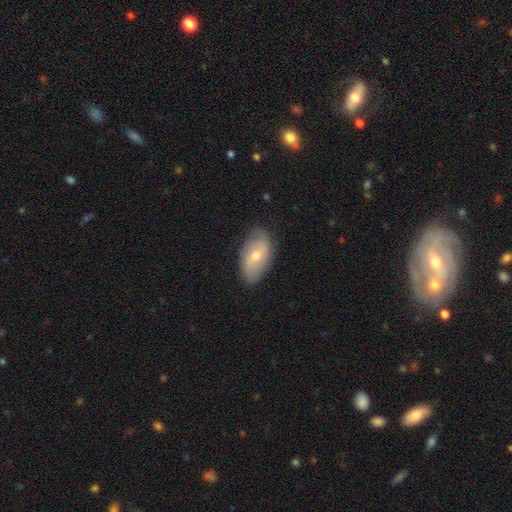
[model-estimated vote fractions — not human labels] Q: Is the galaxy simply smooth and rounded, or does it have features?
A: smooth — 47%.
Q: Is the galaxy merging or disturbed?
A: none — 81%.